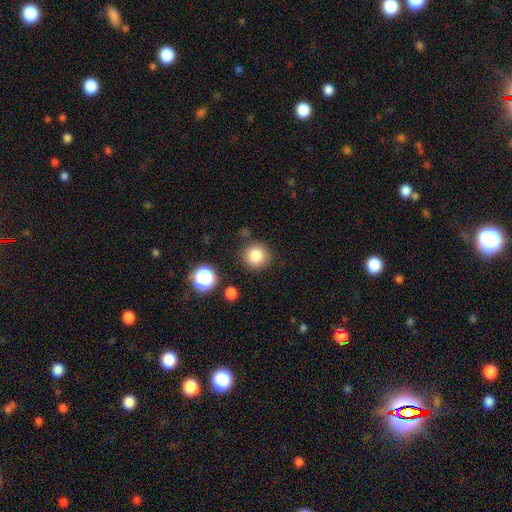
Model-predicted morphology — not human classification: smooth_or_featured: smooth (p=0.83) [alt: star or artifact p=0.11]
how_rounded: round (p=0.92) [alt: in between p=0.07]
merging: none (p=0.85) [alt: minor disturbance p=0.09]